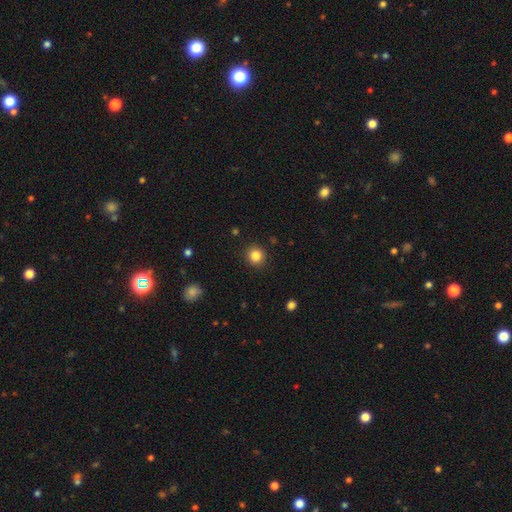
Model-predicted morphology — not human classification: Smooth or featured? Predicted: smooth (p=0.84). How rounded? Predicted: round (p=0.90). Merging? Predicted: none (p=0.91).